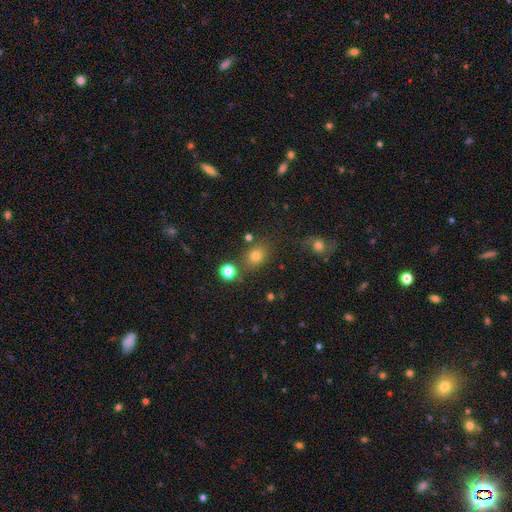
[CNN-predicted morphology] This is likely a smooth galaxy (76%). How rounded: possibly round (52%). Merging: likely none (73%).